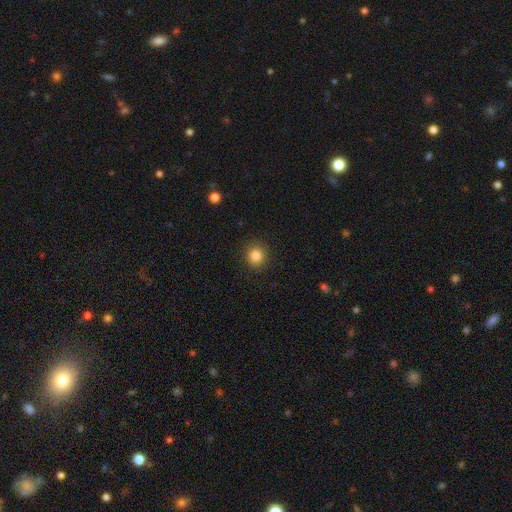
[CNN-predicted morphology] Overall: smooth (84%). How rounded: round (89%). Merging: none (91%).